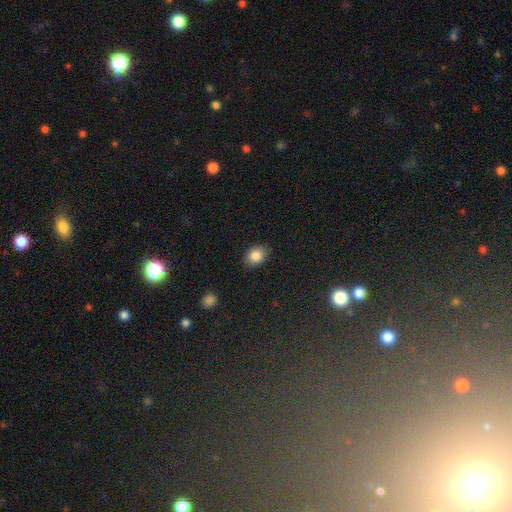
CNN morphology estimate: Overall: smooth (85%). How rounded: in between (73%). Merging: none (86%).